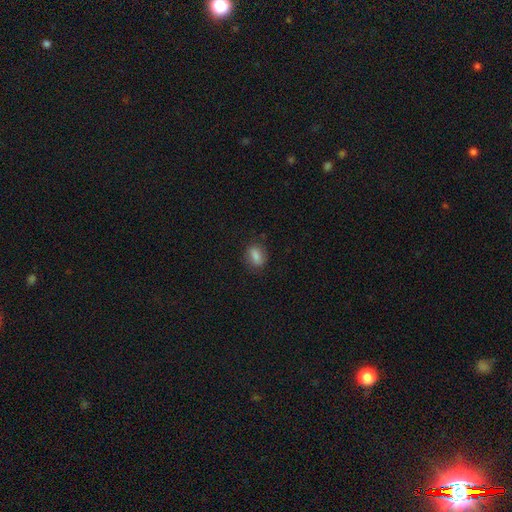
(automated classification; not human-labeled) Q: Smooth or featured?
A: smooth (83%); runner-up: star or artifact (9%)
Q: How rounded?
A: in between (78%); runner-up: round (18%)
Q: Merging?
A: none (78%); runner-up: minor disturbance (16%)